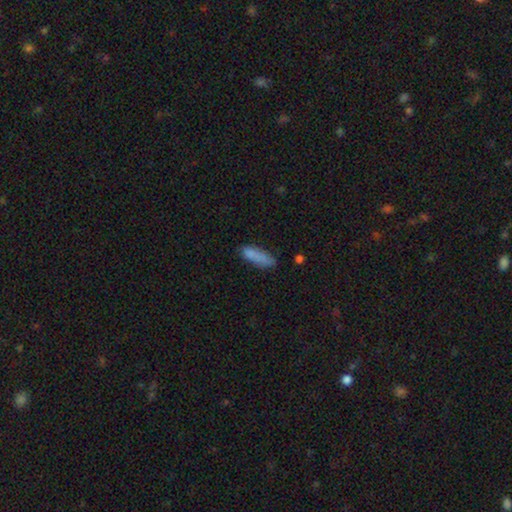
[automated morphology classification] type=smooth (83%); roundness=cigar-shaped (58%); merging=none (68%).